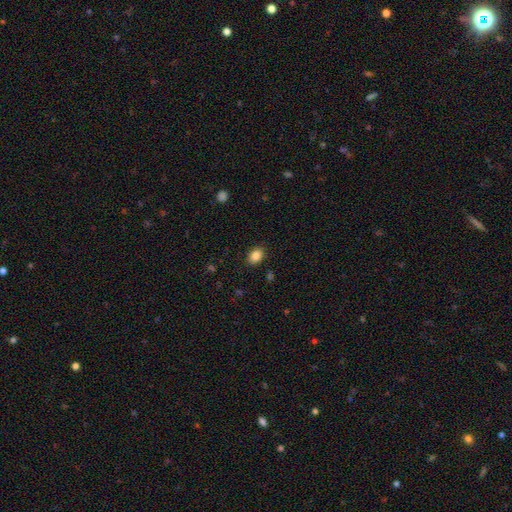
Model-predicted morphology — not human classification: smooth 86%, star or artifact 9%, featured or disk 5%. Down the decision tree: how rounded — in between (69%); merging — none (87%).